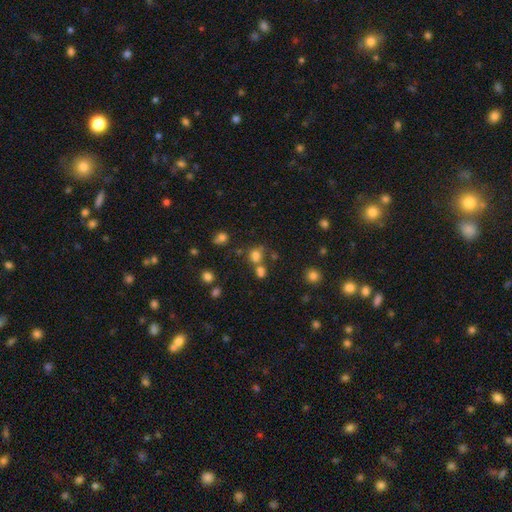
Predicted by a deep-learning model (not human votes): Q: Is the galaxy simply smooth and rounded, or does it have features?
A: smooth — 69%.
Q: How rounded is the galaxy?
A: round — 70%.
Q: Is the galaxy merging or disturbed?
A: none — 48%.